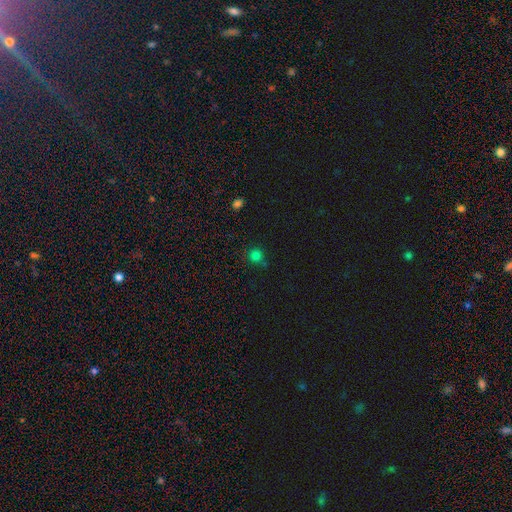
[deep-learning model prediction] Smooth or featured?
  - smooth: 75% *
  - star or artifact: 21%
  - featured or disk: 4%
How rounded?
  - round: 92% *
  - in between: 7%
  - cigar-shaped: 1%
Merging?
  - none: 75% *
  - minor disturbance: 14%
  - merger: 7%
  - major disturbance: 4%